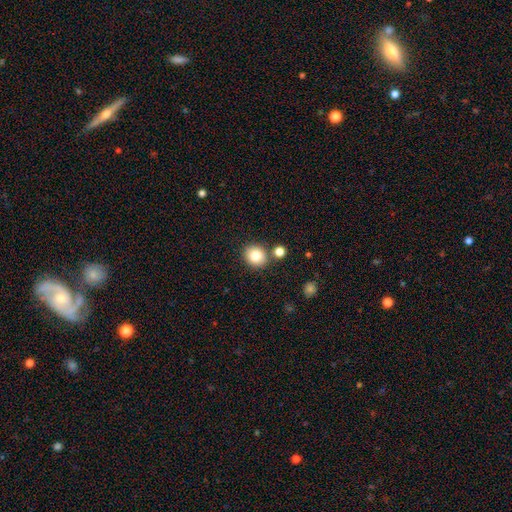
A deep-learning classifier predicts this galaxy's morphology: Overall: smooth (82%). How rounded: round (84%). Merging: none (80%).